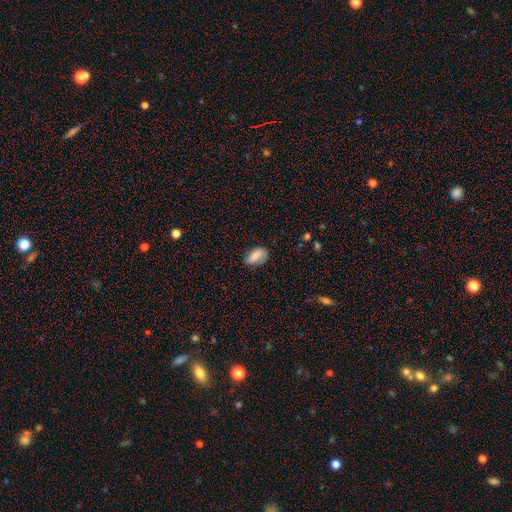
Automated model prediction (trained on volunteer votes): Q: Smooth or featured?
A: smooth (78%); runner-up: featured or disk (15%)
Q: How rounded?
A: in between (90%); runner-up: round (5%)
Q: Merging?
A: none (63%); runner-up: minor disturbance (28%)